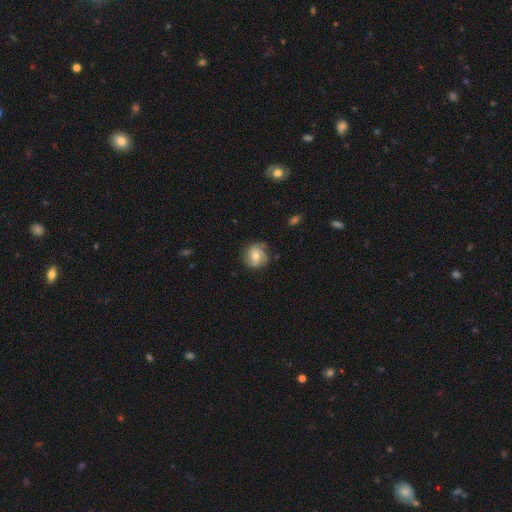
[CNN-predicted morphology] Smooth or featured? Predicted: featured or disk (p=0.50). Merging? Predicted: none (p=0.72).